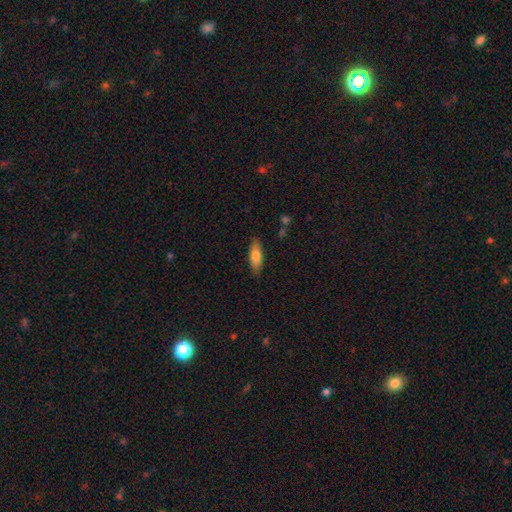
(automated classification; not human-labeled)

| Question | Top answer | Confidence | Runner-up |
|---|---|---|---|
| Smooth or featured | smooth | 76% | featured or disk (18%) |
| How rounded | in between | 61% | cigar-shaped (37%) |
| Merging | none | 85% | minor disturbance (11%) |